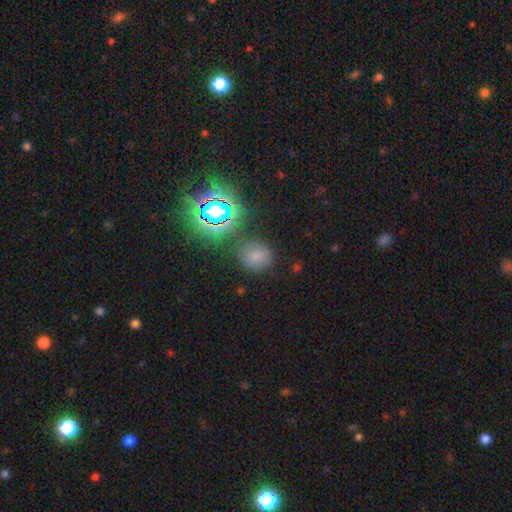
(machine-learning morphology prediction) A smooth galaxy with no disk features (67%) that is round (77%). Merging: none (77%).